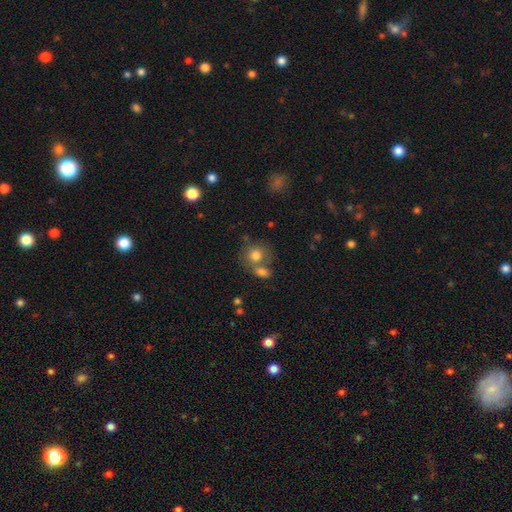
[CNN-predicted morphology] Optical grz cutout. It shows a smooth galaxy with no disk features (77%) that is round (74%). Merging: none (44%).